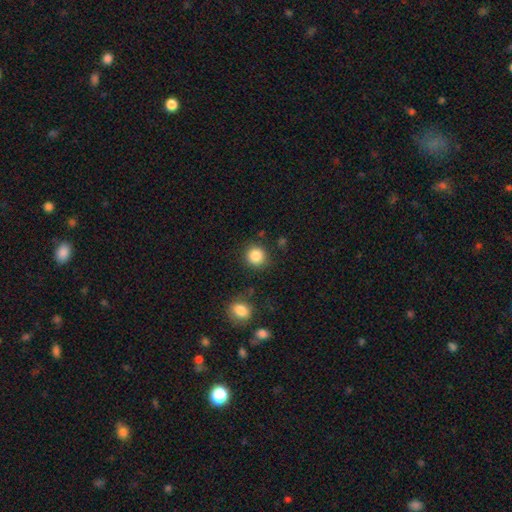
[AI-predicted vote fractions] Smooth or featured: smooth — 86% (star or artifact — 10%)
How rounded: round — 90% (in between — 9%)
Merging: none — 86% (minor disturbance — 8%)